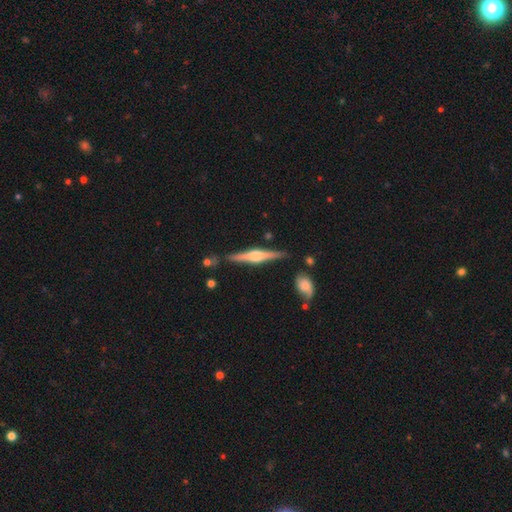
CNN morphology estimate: Q: Smooth or featured?
A: featured or disk (74%); runner-up: smooth (20%)
Q: Edge-on disk?
A: yes (98%); runner-up: no (2%)
Q: Edge-on bulge?
A: rounded (86%); runner-up: boxy (11%)
Q: Merging?
A: none (86%); runner-up: minor disturbance (9%)